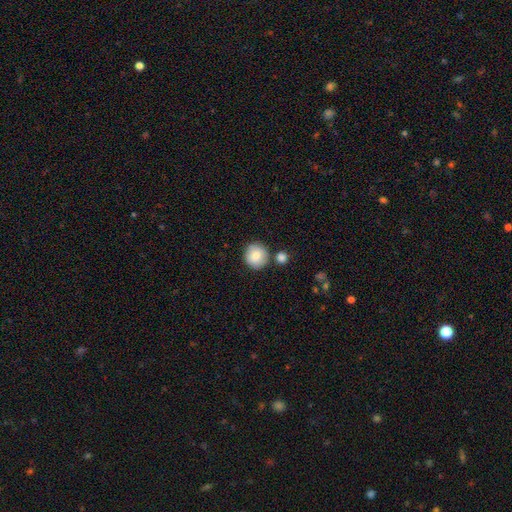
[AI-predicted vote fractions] Overall: smooth (86%). How rounded: round (92%). Merging: none (78%).